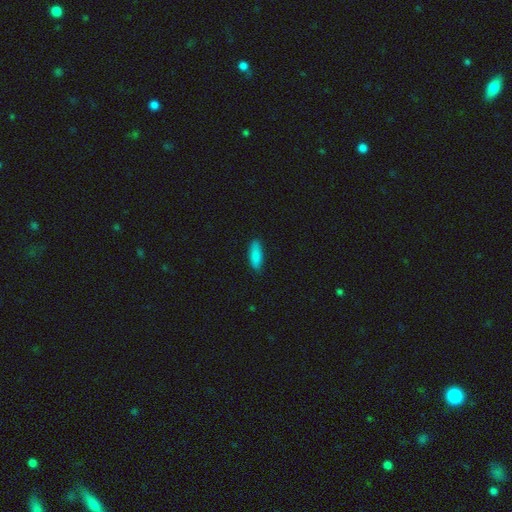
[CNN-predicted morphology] The model was most divided on "how rounded": in between: 60%, cigar-shaped: 38%, round: 2%. More confident: smooth or featured — smooth (88%); merging — none (84%).